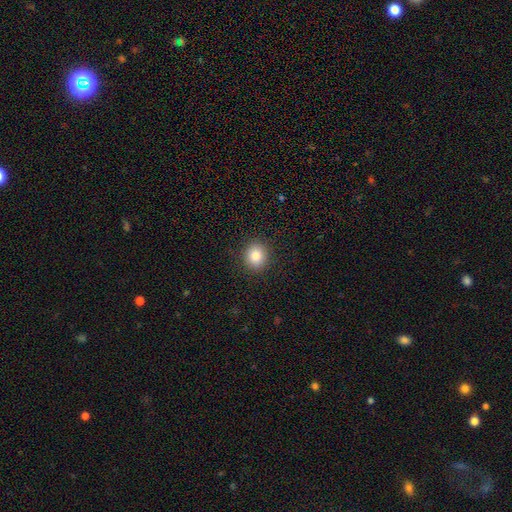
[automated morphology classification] type=smooth (83%); roundness=round (77%); merging=none (90%).